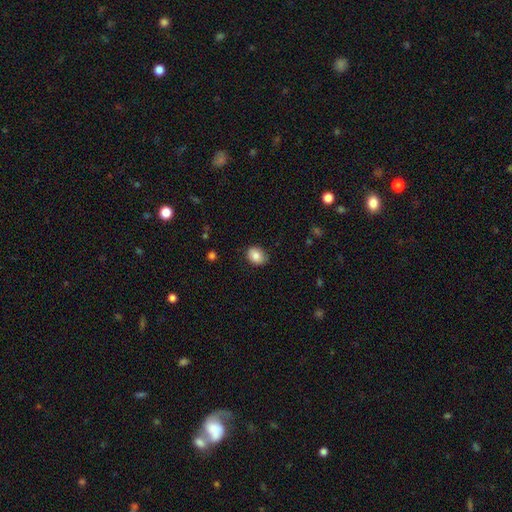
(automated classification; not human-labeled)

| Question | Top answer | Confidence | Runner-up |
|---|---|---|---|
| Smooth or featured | smooth | 86% | star or artifact (8%) |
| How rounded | in between | 62% | round (37%) |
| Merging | none | 82% | minor disturbance (14%) |